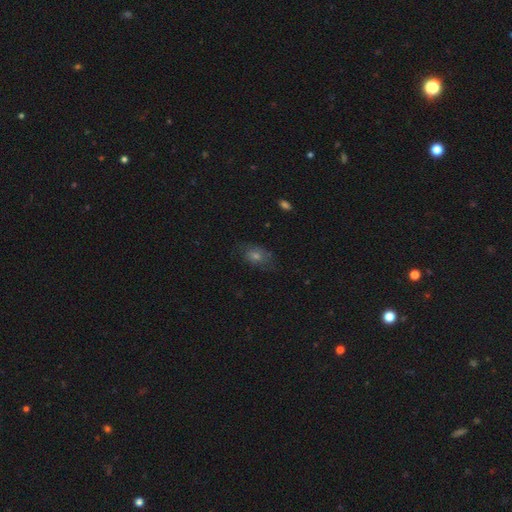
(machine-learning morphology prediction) smooth_or_featured: smooth (p=0.56) [alt: star or artifact p=0.23]
how_rounded: in between (p=0.65) [alt: round p=0.33]
merging: none (p=0.70) [alt: minor disturbance p=0.20]